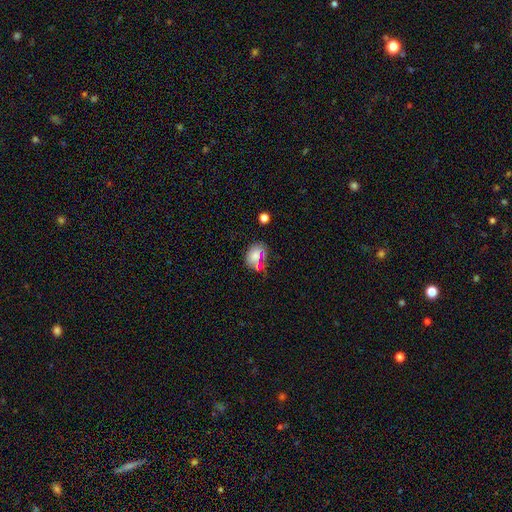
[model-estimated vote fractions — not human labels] smooth 68%, featured or disk 19%, star or artifact 14%. Down the decision tree: how rounded — in between (66%); merging — none (44%).